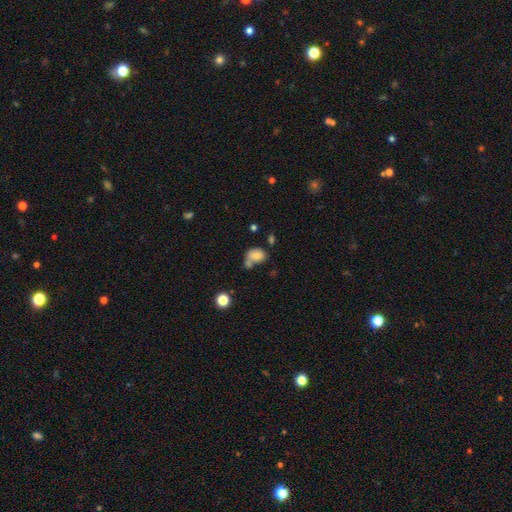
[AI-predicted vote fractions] smooth-or-featured: smooth: 77% | featured or disk: 13% | star or artifact: 10%
  how-rounded: in between: 70% | round: 28% | cigar-shaped: 1%
  merging: merger: 38% | none: 34% | minor disturbance: 18% | major disturbance: 11%